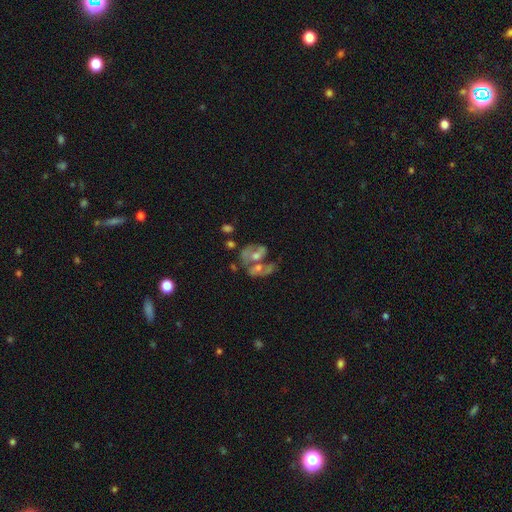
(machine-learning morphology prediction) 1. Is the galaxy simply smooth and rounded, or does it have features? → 54% featured or disk, 34% smooth, 12% star or artifact.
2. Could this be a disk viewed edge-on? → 96% no, 4% yes.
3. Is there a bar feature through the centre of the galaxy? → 79% no, 16% weak, 5% strong.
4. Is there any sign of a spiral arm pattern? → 72% no, 28% yes.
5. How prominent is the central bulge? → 53% moderate, 20% small, 14% none, 11% large, 2% dominant.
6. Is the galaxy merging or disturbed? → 56% merger, 17% none, 17% major disturbance, 9% minor disturbance.